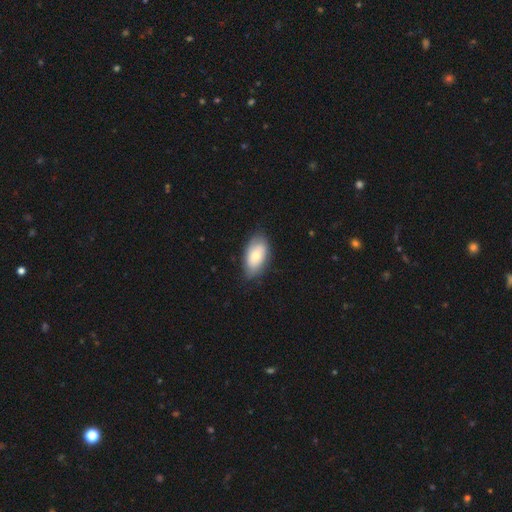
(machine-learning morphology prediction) This is likely a smooth galaxy (76%). How rounded: clearly in between (93%). Merging: likely none (78%).